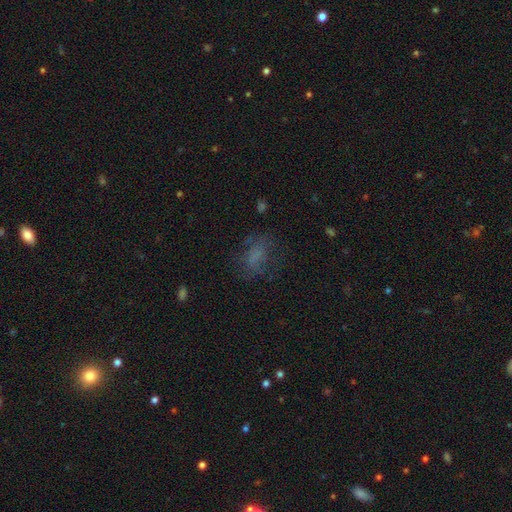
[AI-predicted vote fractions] The model was most divided on "smooth or featured": smooth: 58%, featured or disk: 23%, star or artifact: 20%. More confident: how rounded — in between (73%); merging — none (59%).